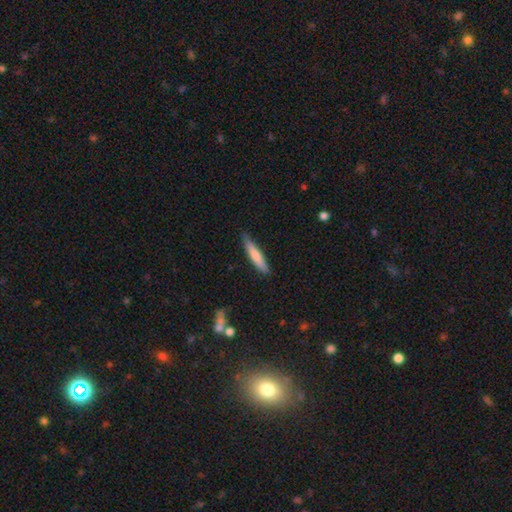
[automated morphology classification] Smooth or featured? smooth (75%)
How rounded? cigar-shaped (88%)
Merging? none (79%)